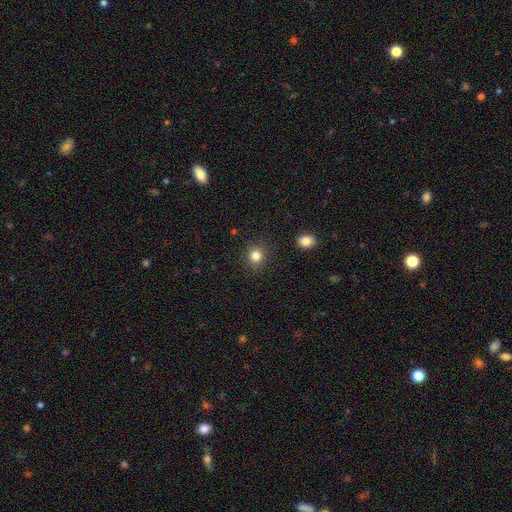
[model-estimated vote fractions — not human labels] Morphology: type=smooth (83%); roundness=round (82%); merging=none (87%).